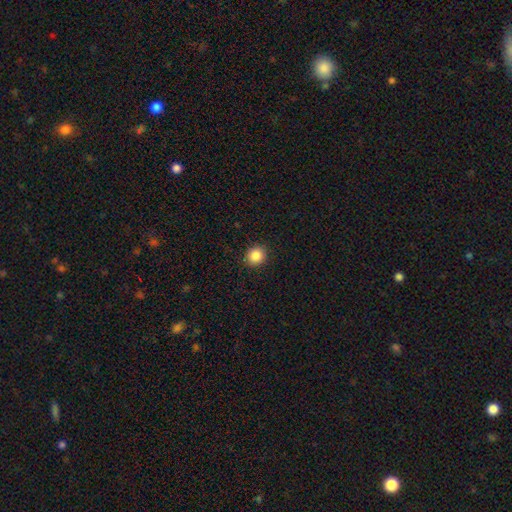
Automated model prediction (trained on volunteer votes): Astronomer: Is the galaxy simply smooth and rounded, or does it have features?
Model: smooth — 87%.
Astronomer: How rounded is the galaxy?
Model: round — 83%.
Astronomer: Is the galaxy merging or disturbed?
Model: none — 91%.